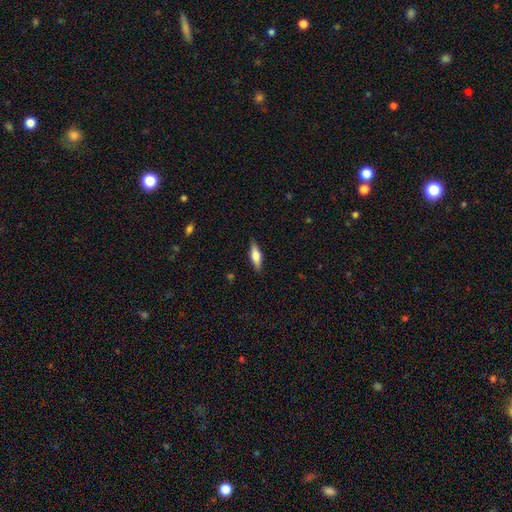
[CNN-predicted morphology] Smooth or featured?
  - smooth: 59% *
  - featured or disk: 35%
  - star or artifact: 6%
How rounded?
  - cigar-shaped: 49% * (tied)
  - in between: 49% * (tied)
  - round: 3%
Merging?
  - none: 87% *
  - minor disturbance: 10%
  - major disturbance: 2%
  - merger: 1%